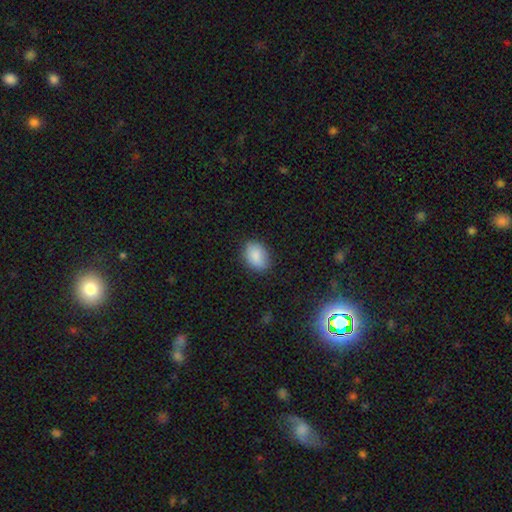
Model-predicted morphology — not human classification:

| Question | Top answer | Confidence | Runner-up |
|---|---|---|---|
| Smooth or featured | smooth | 87% | star or artifact (7%) |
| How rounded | in between | 77% | round (22%) |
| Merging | none | 84% | minor disturbance (12%) |